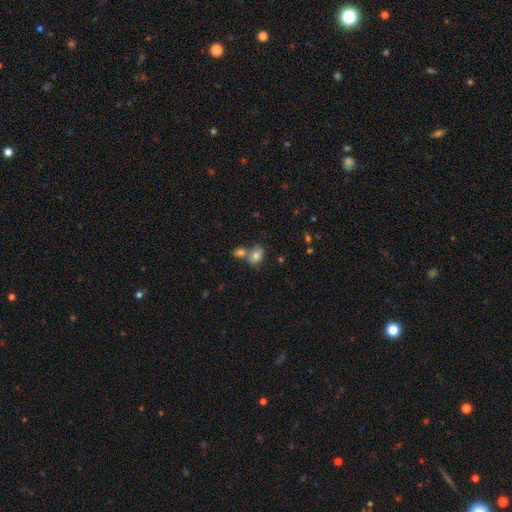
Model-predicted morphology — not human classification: smooth_or_featured: smooth (p=0.77) [alt: featured or disk p=0.13]
how_rounded: in between (p=0.76) [alt: round p=0.23]
merging: none (p=0.43) [alt: merger p=0.41]